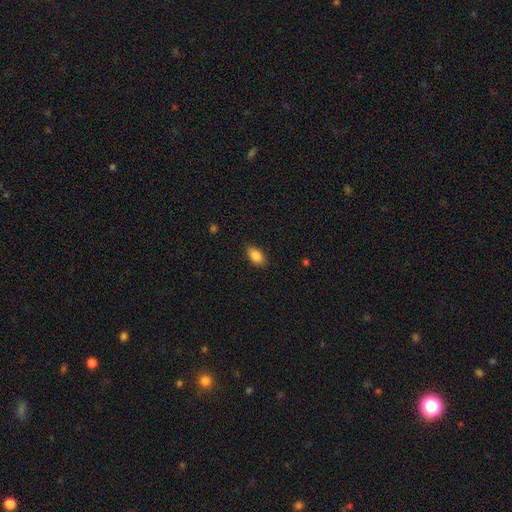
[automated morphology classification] smooth 87%, star or artifact 8%, featured or disk 5%. Down the decision tree: how rounded — in between (91%); merging — none (86%).